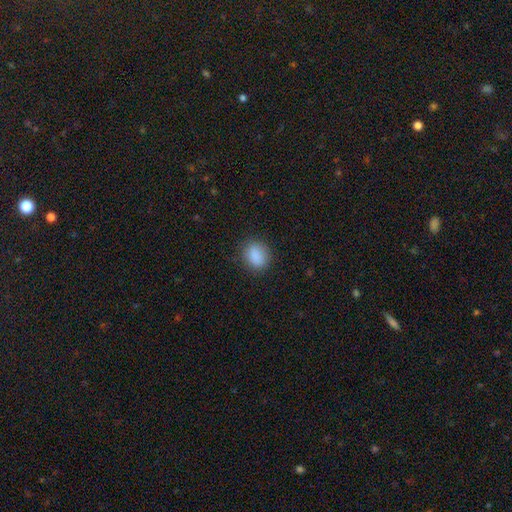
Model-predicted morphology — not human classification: smooth 87%, star or artifact 9%, featured or disk 4%. Down the decision tree: how rounded — round (53%); merging — none (83%).